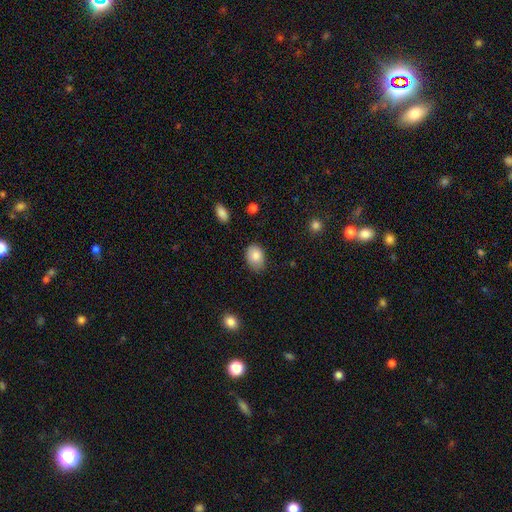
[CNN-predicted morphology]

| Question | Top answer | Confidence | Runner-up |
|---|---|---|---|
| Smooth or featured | smooth | 84% | star or artifact (8%) |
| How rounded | in between | 76% | round (23%) |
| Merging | none | 72% | minor disturbance (23%) |